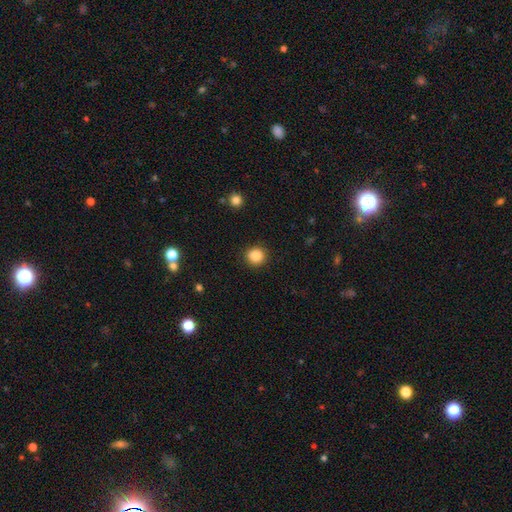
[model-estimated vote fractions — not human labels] smooth_or_featured: smooth (p=0.87) [alt: star or artifact p=0.10]
how_rounded: round (p=0.92) [alt: in between p=0.07]
merging: none (p=0.91) [alt: minor disturbance p=0.06]